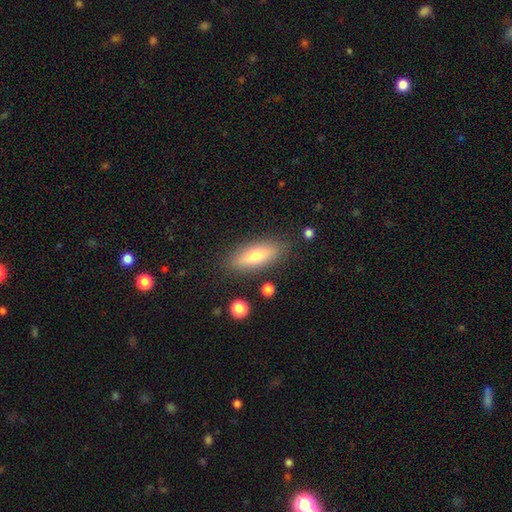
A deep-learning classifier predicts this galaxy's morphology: A smooth galaxy with no disk features (65%) that is in between round and cigar-shaped (60%).

Vote fractions:
- Smooth or featured? smooth: 65% / featured or disk: 28% / star or artifact: 7%
- How rounded? in between: 60% / cigar-shaped: 38% / round: 3%
- Merging? none: 83% / minor disturbance: 11% / major disturbance: 3% / merger: 2%